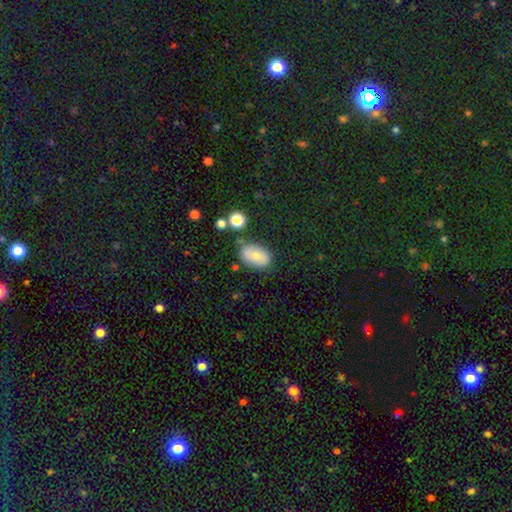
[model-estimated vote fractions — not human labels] smooth-or-featured: smooth: 72% | featured or disk: 19% | star or artifact: 8%
  how-rounded: in between: 87% | round: 11% | cigar-shaped: 1%
  merging: none: 72% | minor disturbance: 18% | merger: 5% | major disturbance: 5%